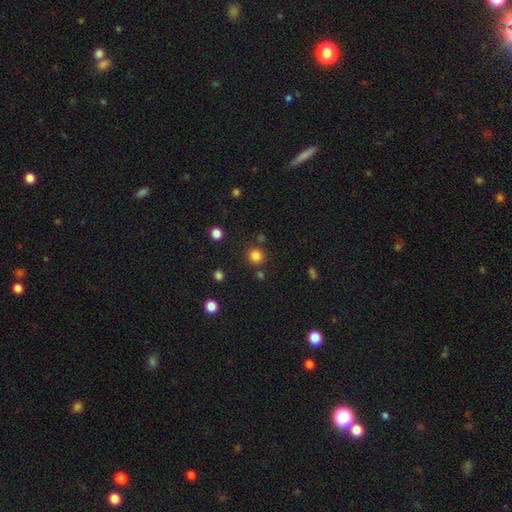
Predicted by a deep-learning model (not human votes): smooth-or-featured: smooth: 82% | star or artifact: 14% | featured or disk: 4%
  how-rounded: round: 92% | in between: 7% | cigar-shaped: 1%
  merging: none: 83% | minor disturbance: 7% | merger: 6% | major disturbance: 3%